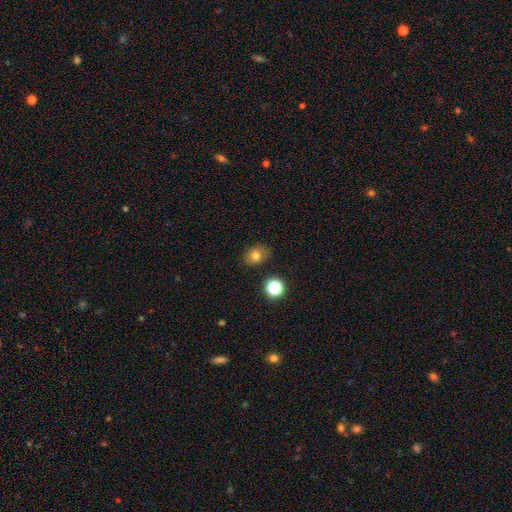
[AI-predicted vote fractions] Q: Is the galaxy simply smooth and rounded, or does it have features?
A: smooth — 76%.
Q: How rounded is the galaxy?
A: in between — 59%.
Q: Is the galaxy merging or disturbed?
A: none — 84%.